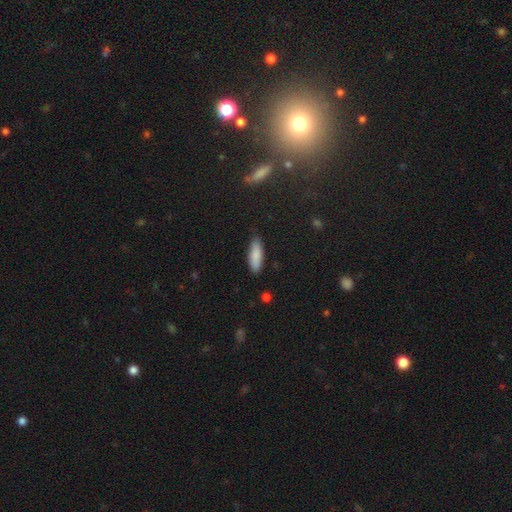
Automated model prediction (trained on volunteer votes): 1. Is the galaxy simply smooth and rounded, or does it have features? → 85% smooth, 8% featured or disk, 6% star or artifact.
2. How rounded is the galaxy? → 59% in between, 40% cigar-shaped, 2% round.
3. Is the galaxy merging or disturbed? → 84% none, 13% minor disturbance, 2% major disturbance, 1% merger.